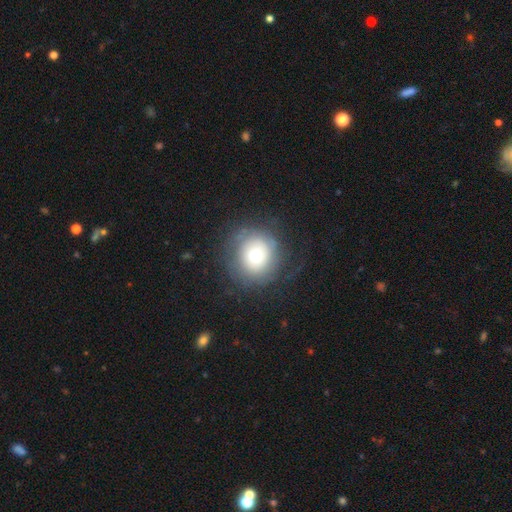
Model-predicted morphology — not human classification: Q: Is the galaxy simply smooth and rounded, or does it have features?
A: smooth — 53%.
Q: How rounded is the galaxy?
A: round — 90%.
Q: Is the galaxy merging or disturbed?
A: none — 72%.